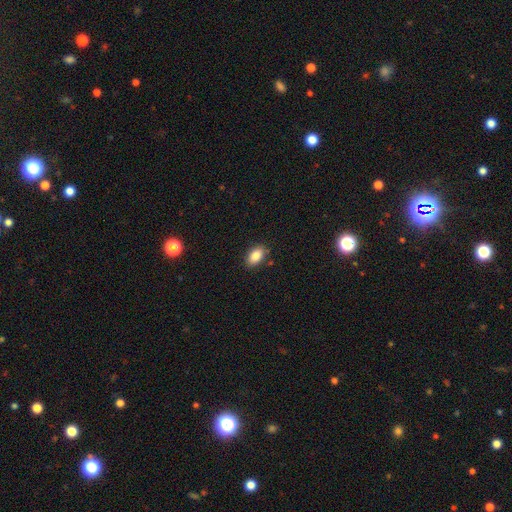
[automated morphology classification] A smooth galaxy with no disk features (85%) that is in between round and cigar-shaped (90%).

Vote fractions:
- Smooth or featured? smooth: 85% / star or artifact: 8% / featured or disk: 7%
- How rounded? in between: 90% / round: 8% / cigar-shaped: 2%
- Merging? none: 84% / minor disturbance: 12% / major disturbance: 2% / merger: 2%